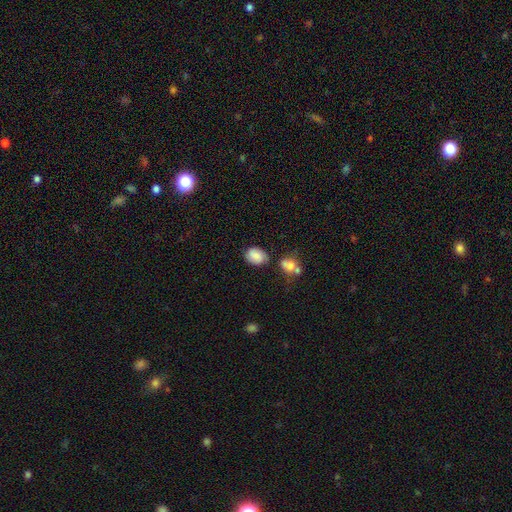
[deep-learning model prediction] The model was most divided on "how rounded": in between: 73%, round: 26%, cigar-shaped: 1%. More confident: smooth or featured — smooth (76%); merging — none (68%).